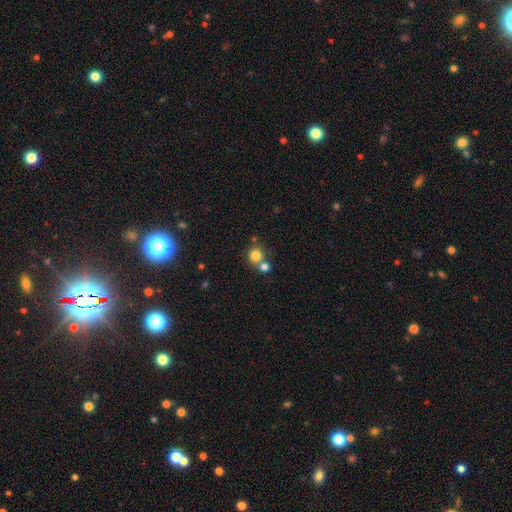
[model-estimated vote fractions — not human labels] This is likely a smooth galaxy (79%). How rounded: clearly round (89%). Merging: possibly none (56%).